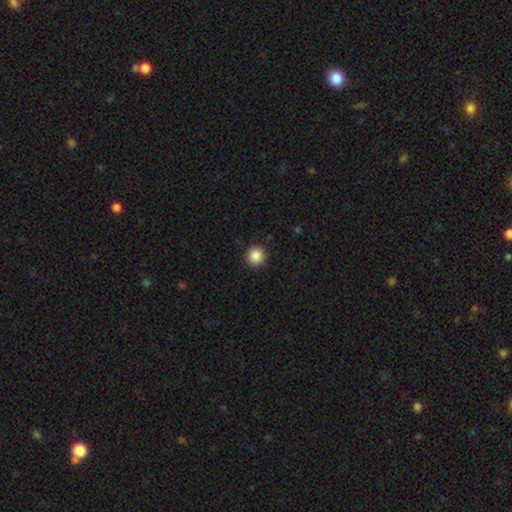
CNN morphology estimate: This is clearly a smooth galaxy (87%). How rounded: clearly round (93%). Merging: clearly none (91%).